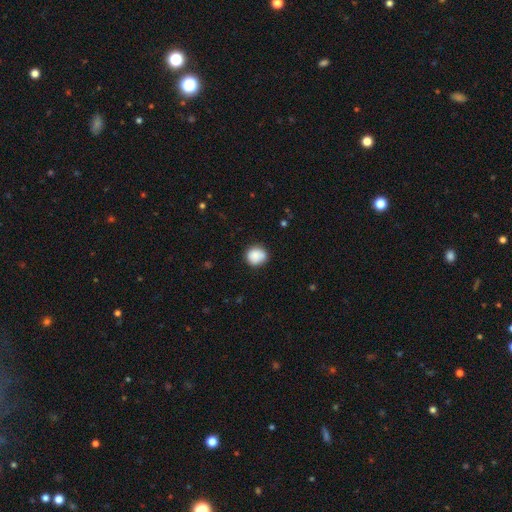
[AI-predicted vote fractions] A smooth galaxy with no disk features (85%) that is round (86%). Merging: none (75%).